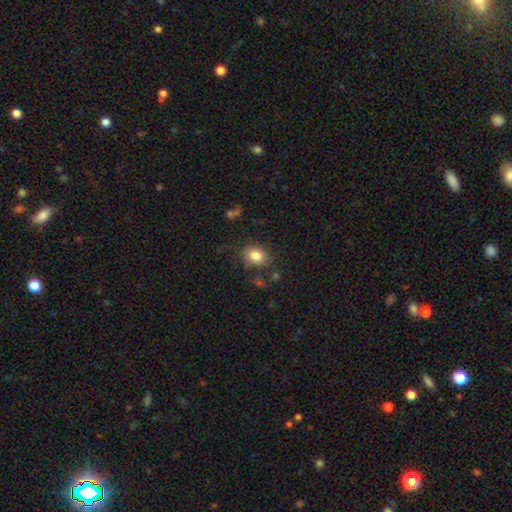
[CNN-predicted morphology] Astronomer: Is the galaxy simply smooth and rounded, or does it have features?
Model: smooth — 82%.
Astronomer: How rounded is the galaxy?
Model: round — 50% (runner-up: in between, 49%).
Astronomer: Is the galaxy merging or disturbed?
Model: none — 77%.